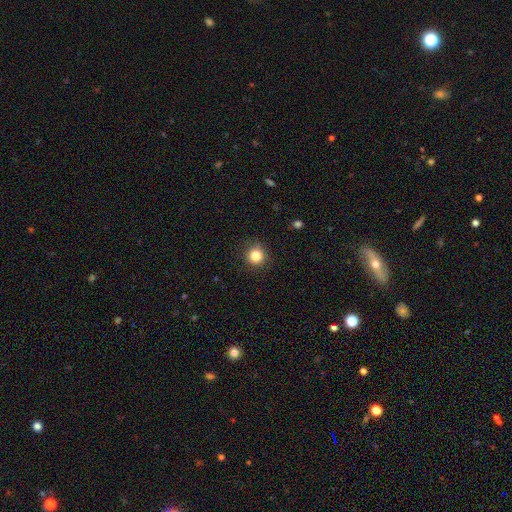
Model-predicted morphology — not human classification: A smooth galaxy with no disk features (84%) that is round (94%).

Vote fractions:
- Smooth or featured? smooth: 84% / star or artifact: 11% / featured or disk: 5%
- How rounded? round: 94% / in between: 6% / cigar-shaped: 1%
- Merging? none: 89% / minor disturbance: 8% / major disturbance: 2% / merger: 1%